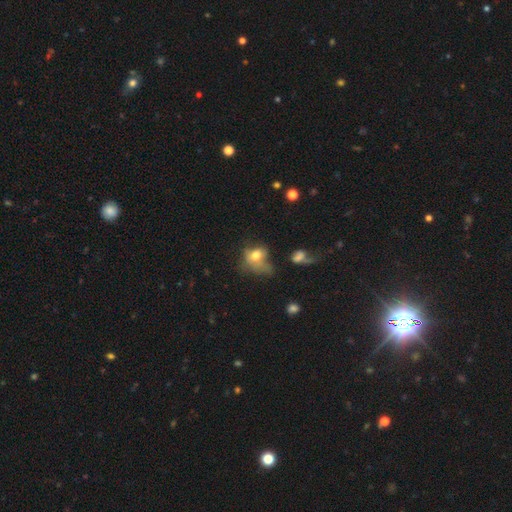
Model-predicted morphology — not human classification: A smooth galaxy with no disk features (66%) that is in between round and cigar-shaped (56%).

Vote fractions:
- Smooth or featured? smooth: 66% / featured or disk: 21% / star or artifact: 13%
- How rounded? in between: 56% / round: 43% / cigar-shaped: 2%
- Merging? major disturbance: 38% / none: 25% / minor disturbance: 22% / merger: 15%